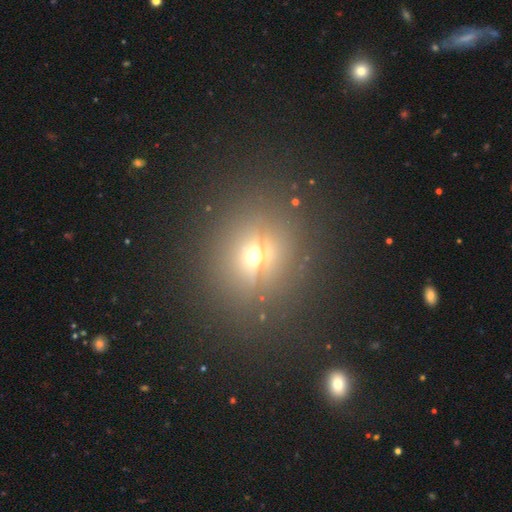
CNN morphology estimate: smooth_or_featured: smooth (p=0.39) [alt: featured or disk p=0.32]
merging: none (p=0.83) [alt: minor disturbance p=0.09]